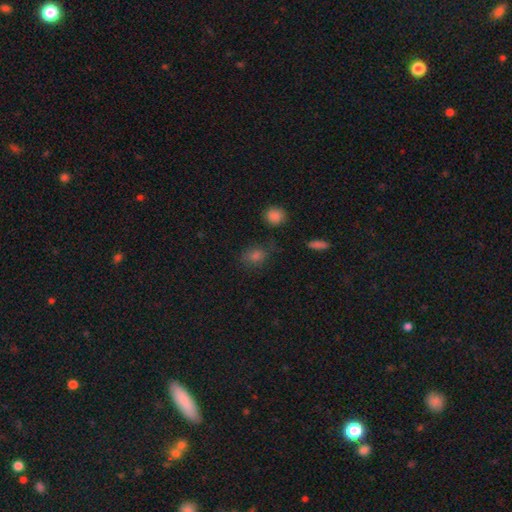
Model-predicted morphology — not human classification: Q: Smooth or featured?
A: smooth (72%); runner-up: star or artifact (20%)
Q: How rounded?
A: in between (56%); runner-up: round (42%)
Q: Merging?
A: none (73%); runner-up: minor disturbance (17%)